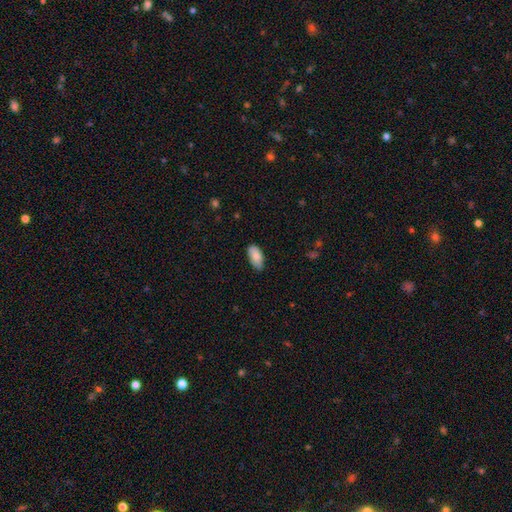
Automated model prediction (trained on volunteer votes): This appears to be a smooth galaxy with no disk features (85%) that is in between round and cigar-shaped (93%). Merging: none (77%).